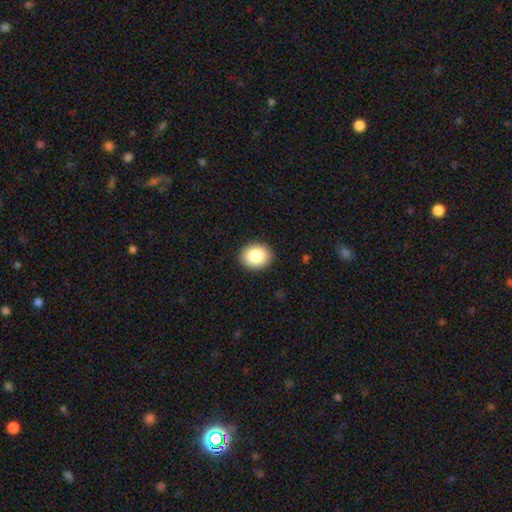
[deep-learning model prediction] Q: Smooth or featured?
A: smooth (85%); runner-up: star or artifact (8%)
Q: How rounded?
A: round (56%); runner-up: in between (44%)
Q: Merging?
A: none (91%); runner-up: minor disturbance (7%)